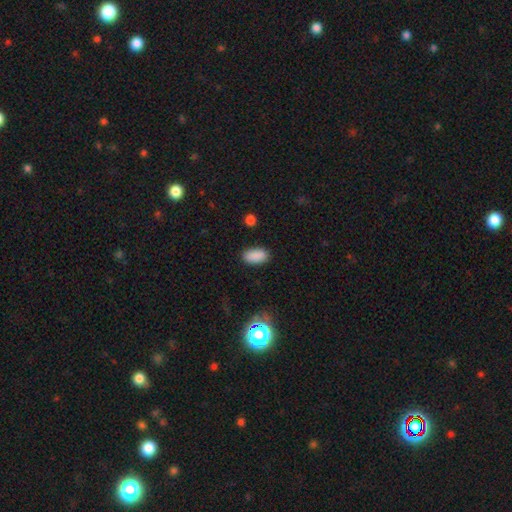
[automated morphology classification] Smooth or featured? Predicted: smooth (p=0.88). How rounded? Predicted: in between (p=0.93). Merging? Predicted: none (p=0.87).